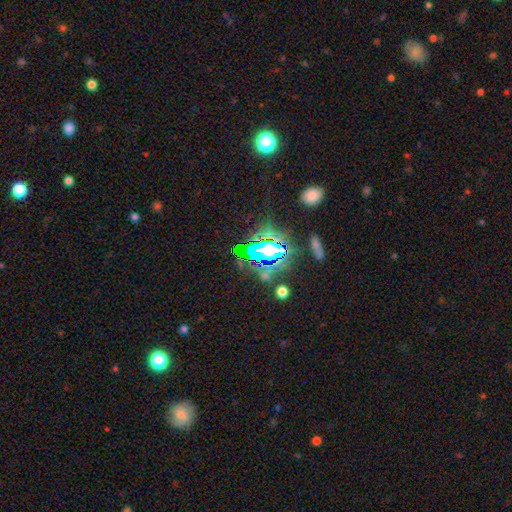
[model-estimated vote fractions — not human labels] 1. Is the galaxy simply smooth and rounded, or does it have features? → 74% star or artifact, 15% smooth, 11% featured or disk.